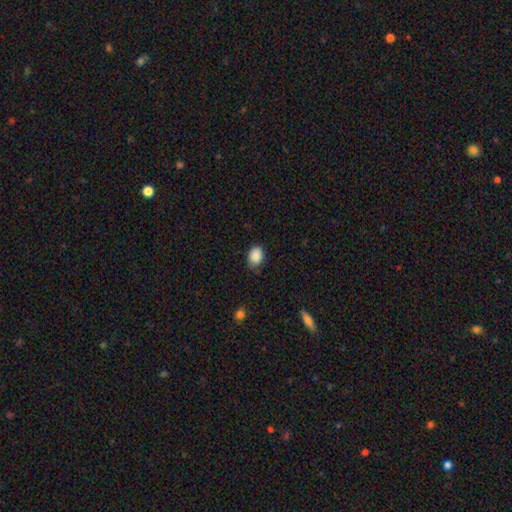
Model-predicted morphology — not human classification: type=smooth (88%); roundness=in between (71%); merging=none (73%).